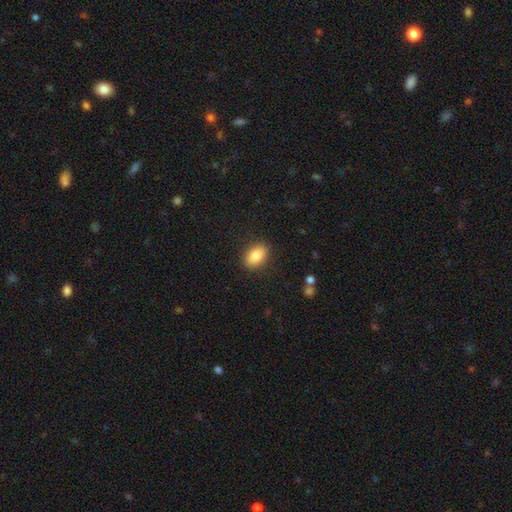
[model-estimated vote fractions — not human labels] This is clearly a smooth galaxy (84%). How rounded: clearly in between (86%). Merging: clearly none (88%).